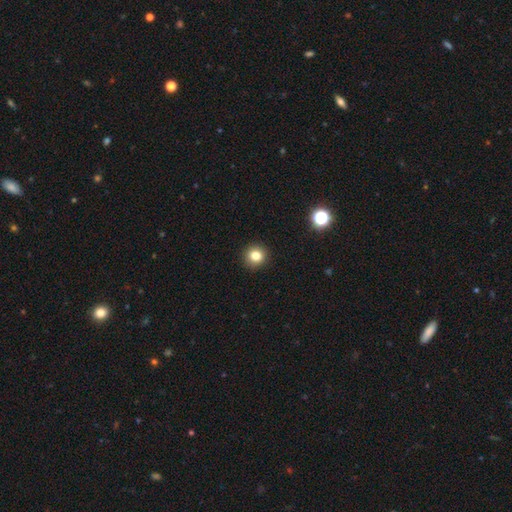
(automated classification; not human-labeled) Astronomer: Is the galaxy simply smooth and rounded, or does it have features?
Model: smooth — 82%.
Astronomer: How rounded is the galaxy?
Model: round — 91%.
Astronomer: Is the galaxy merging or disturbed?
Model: none — 92%.